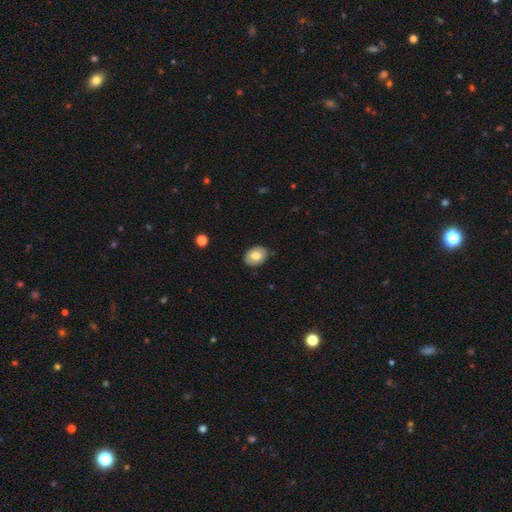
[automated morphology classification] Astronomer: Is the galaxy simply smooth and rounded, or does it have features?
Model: smooth — 70%.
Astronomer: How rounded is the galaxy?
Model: in between — 68%.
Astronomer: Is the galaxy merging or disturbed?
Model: none — 84%.